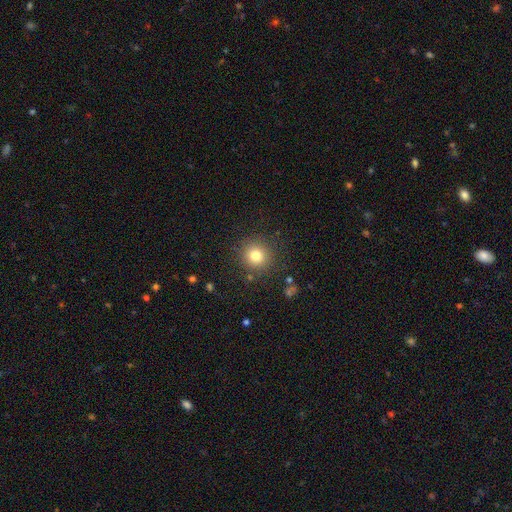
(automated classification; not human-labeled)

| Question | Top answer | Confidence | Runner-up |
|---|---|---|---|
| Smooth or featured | smooth | 79% | star or artifact (13%) |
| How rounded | round | 93% | in between (6%) |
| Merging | none | 88% | minor disturbance (7%) |